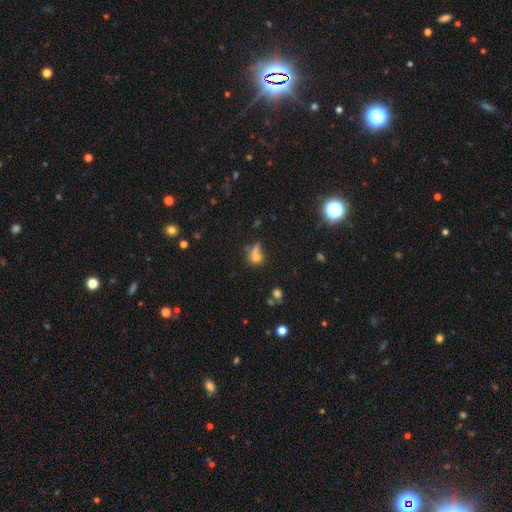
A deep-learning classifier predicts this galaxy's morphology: type=smooth (69%); roundness=round (61%); merging=none (39%).